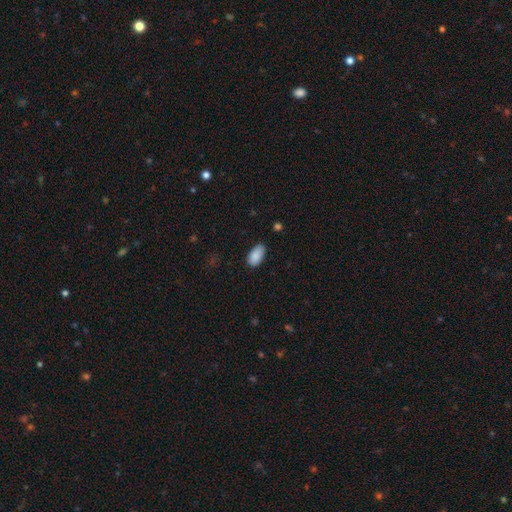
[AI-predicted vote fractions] Morphology: type=smooth (89%); roundness=in between (95%); merging=none (79%).